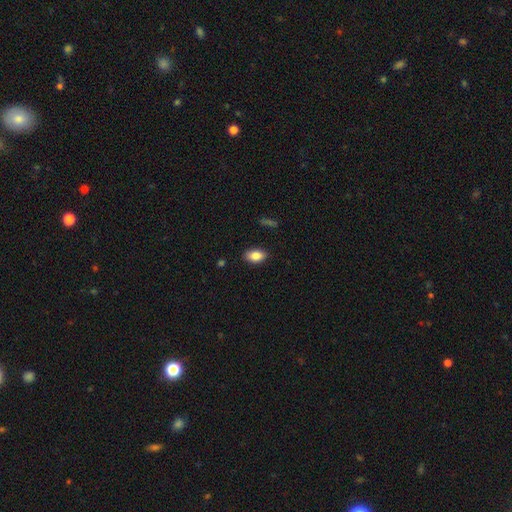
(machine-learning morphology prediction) The model was most divided on "merging": none: 86%, minor disturbance: 11%, major disturbance: 2%, merger: 1%. More confident: how rounded — in between (90%); smooth or featured — smooth (84%).